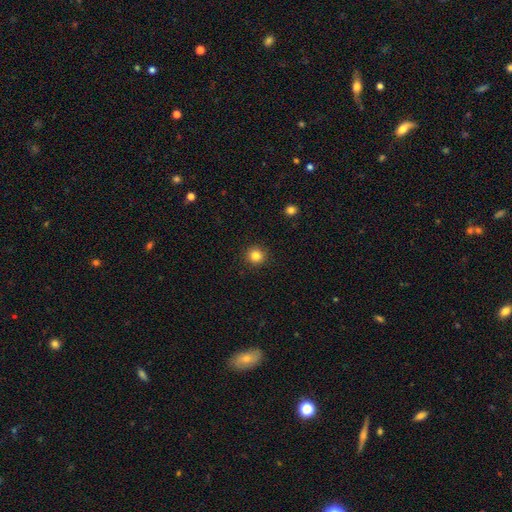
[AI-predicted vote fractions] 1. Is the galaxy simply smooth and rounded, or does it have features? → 83% smooth, 12% star or artifact, 5% featured or disk.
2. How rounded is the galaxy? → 94% round, 5% in between, 1% cigar-shaped.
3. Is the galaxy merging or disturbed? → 92% none, 5% minor disturbance, 2% major disturbance, 1% merger.